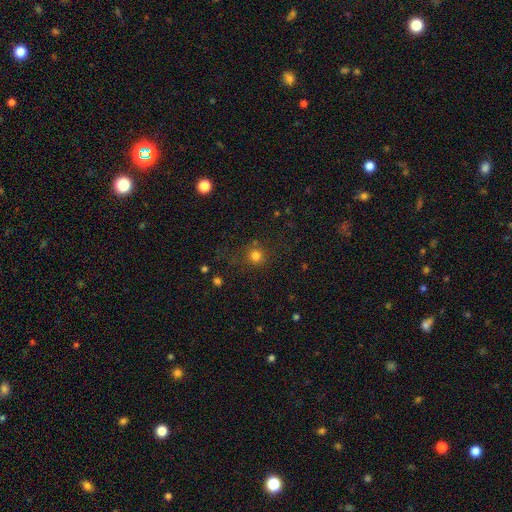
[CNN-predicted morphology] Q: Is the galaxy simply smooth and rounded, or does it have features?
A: smooth — 77%.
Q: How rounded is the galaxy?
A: round — 92%.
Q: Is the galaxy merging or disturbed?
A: none — 80%.